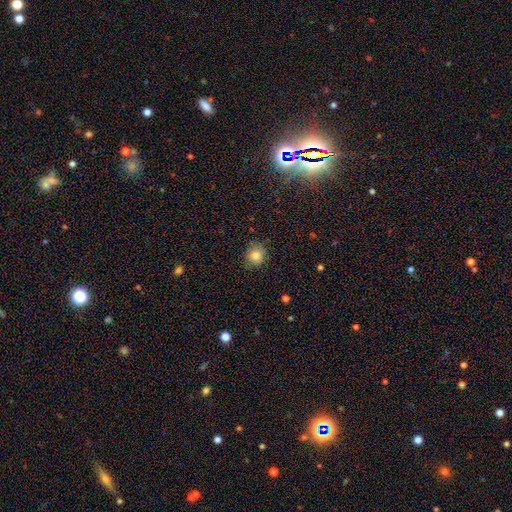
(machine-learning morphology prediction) Smooth or featured? smooth (81%)
How rounded? round (82%)
Merging? none (81%)